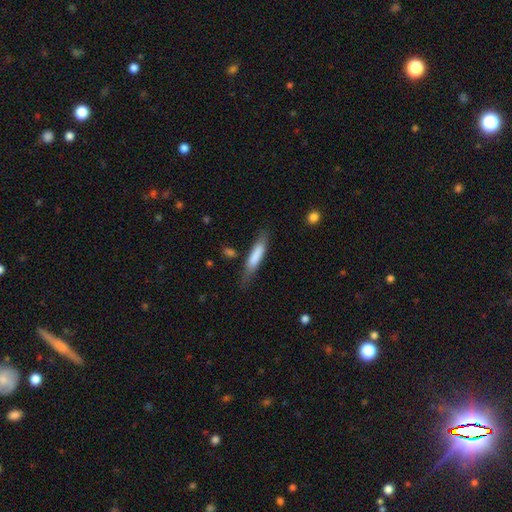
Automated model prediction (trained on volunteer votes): smooth 77%, featured or disk 18%, star or artifact 6%. Down the decision tree: how rounded — cigar-shaped (81%); merging — none (68%).